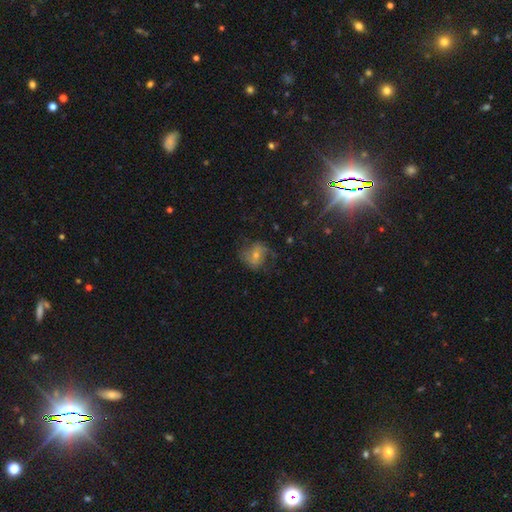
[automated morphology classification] Smooth or featured? Predicted: featured or disk (p=0.52). Edge-on disk? Predicted: no (p=0.95). Merging? Predicted: none (p=0.65).